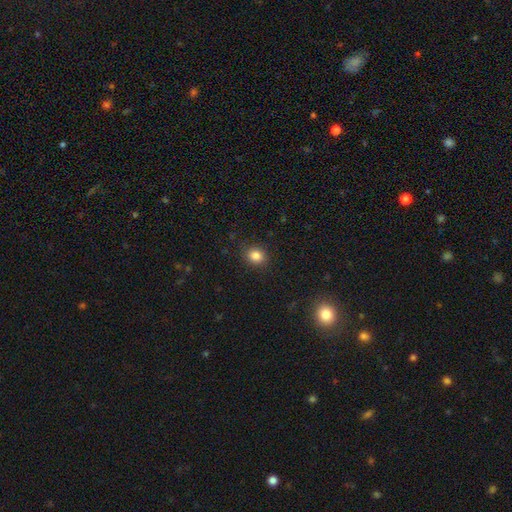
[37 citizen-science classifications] A smooth galaxy with no disk features (92%) that is round (74%).

Vote fractions:
- Smooth or featured? smooth: 92% / star or artifact: 5% / featured or disk: 3%
- How rounded? round: 74% / in between: 26% / cigar-shaped: 0%
- Merging? none: 91% / minor disturbance: 9% / major disturbance: 0% / merger: 0%